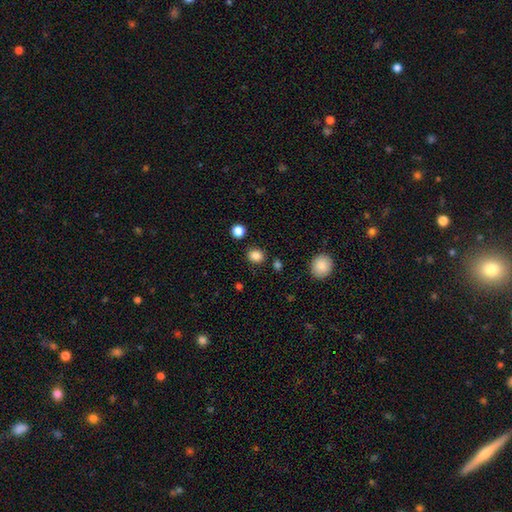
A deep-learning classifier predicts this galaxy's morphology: Smooth or featured: smooth — 85% (star or artifact — 11%)
How rounded: round — 61% (in between — 38%)
Merging: none — 86% (minor disturbance — 8%)